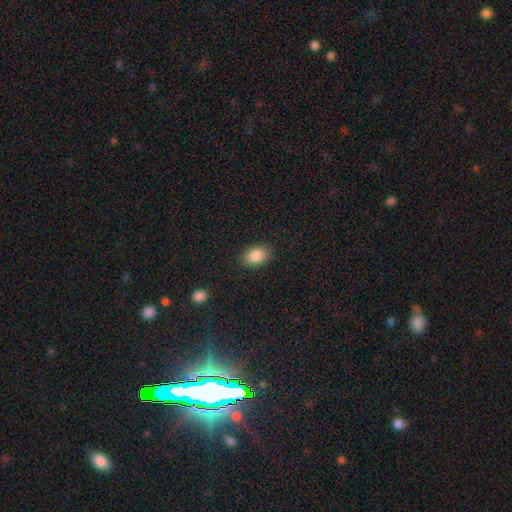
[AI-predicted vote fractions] A smooth galaxy with no disk features (87%) that is in between round and cigar-shaped (84%).

Vote fractions:
- Smooth or featured? smooth: 87% / star or artifact: 8% / featured or disk: 5%
- How rounded? in between: 84% / round: 15% / cigar-shaped: 1%
- Merging? none: 86% / minor disturbance: 10% / major disturbance: 3% / merger: 1%